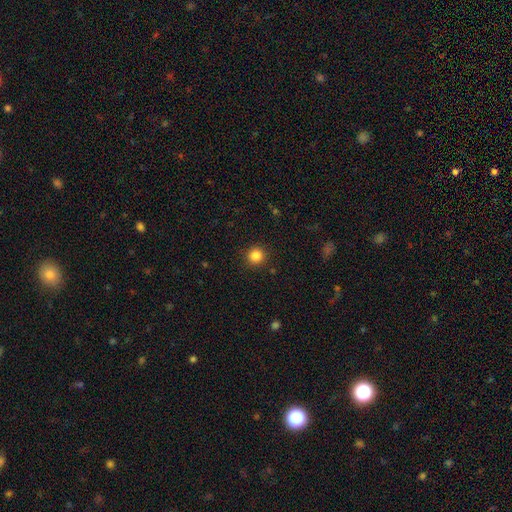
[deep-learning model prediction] Smooth or featured? Predicted: smooth (p=0.85). How rounded? Predicted: round (p=0.94). Merging? Predicted: none (p=0.92).